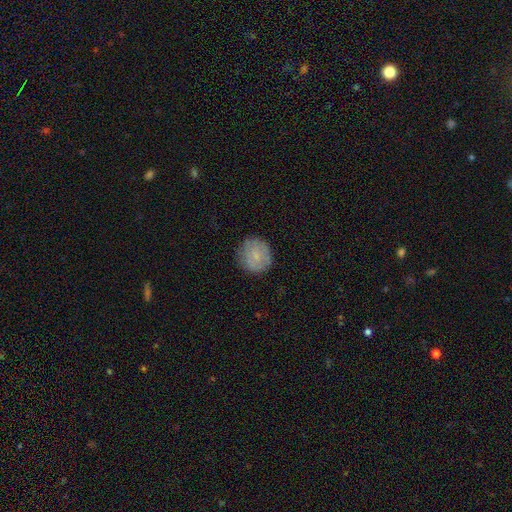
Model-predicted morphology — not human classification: A smooth galaxy with no disk features (70%) that is round (89%). Merging: none (81%).